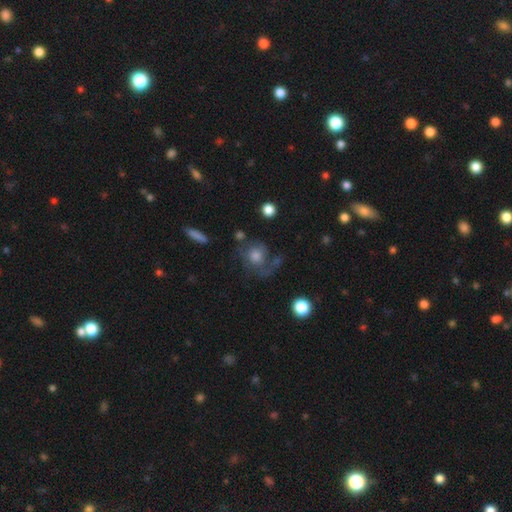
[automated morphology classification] smooth_or_featured: featured or disk (p=0.48) [alt: smooth p=0.39]
merging: none (p=0.47) [alt: major disturbance p=0.27]